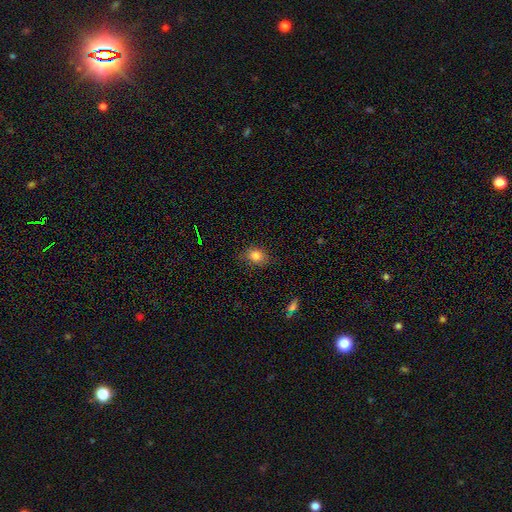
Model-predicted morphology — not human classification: A smooth galaxy with no disk features (82%) that is in between round and cigar-shaped (54%).

Vote fractions:
- Smooth or featured? smooth: 82% / star or artifact: 11% / featured or disk: 7%
- How rounded? in between: 54% / round: 44% / cigar-shaped: 1%
- Merging? none: 79% / minor disturbance: 16% / major disturbance: 4% / merger: 1%